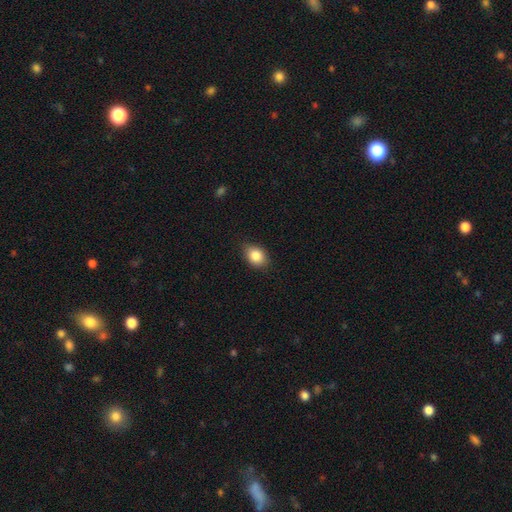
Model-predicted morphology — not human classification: The model was most divided on "how rounded": in between: 67%, round: 32%, cigar-shaped: 1%. More confident: smooth or featured — smooth (84%); merging — none (81%).